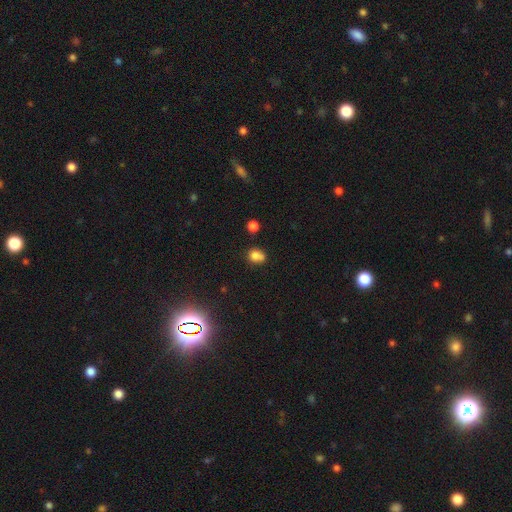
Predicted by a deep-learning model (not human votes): This appears to be a smooth galaxy with no disk features (76%) that is round (61%). Merging: none (47%).